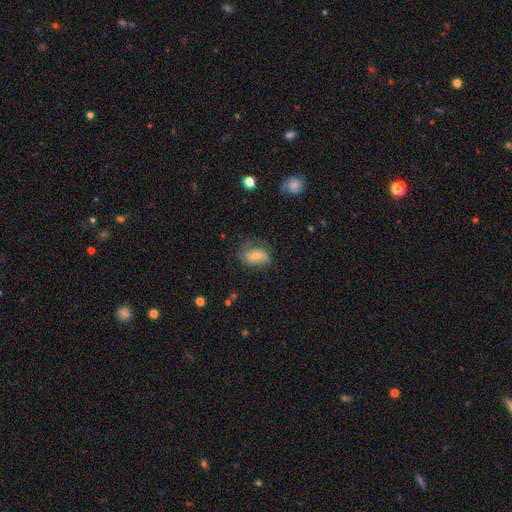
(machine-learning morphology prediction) Overall: smooth (50%; featured or disk 42%). Merging: none (57%; minor disturbance 27%).